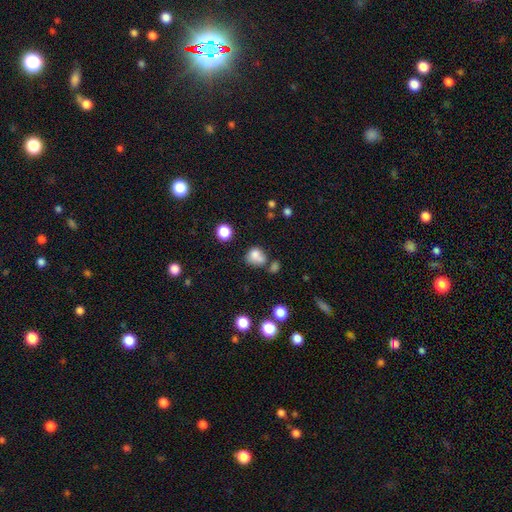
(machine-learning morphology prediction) Q: Smooth or featured?
A: smooth (76%); runner-up: star or artifact (13%)
Q: How rounded?
A: round (60%); runner-up: in between (39%)
Q: Merging?
A: none (39%); runner-up: merger (31%)